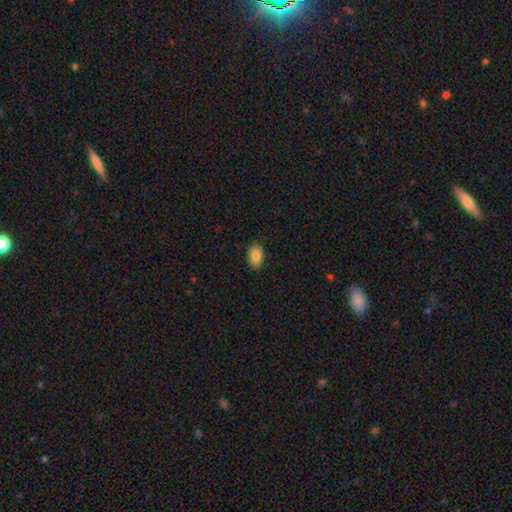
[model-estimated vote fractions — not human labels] Smooth or featured: smooth — 84% (featured or disk — 9%)
How rounded: in between — 91% (round — 7%)
Merging: none — 88% (minor disturbance — 9%)